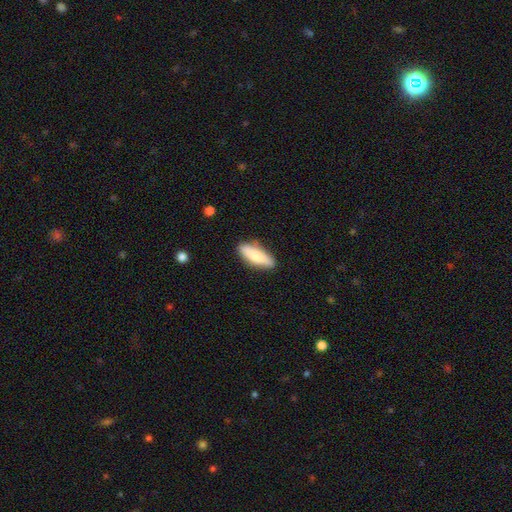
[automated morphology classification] This appears to be a smooth galaxy with no disk features (82%) that is in between round and cigar-shaped (53%). Merging: none (81%).